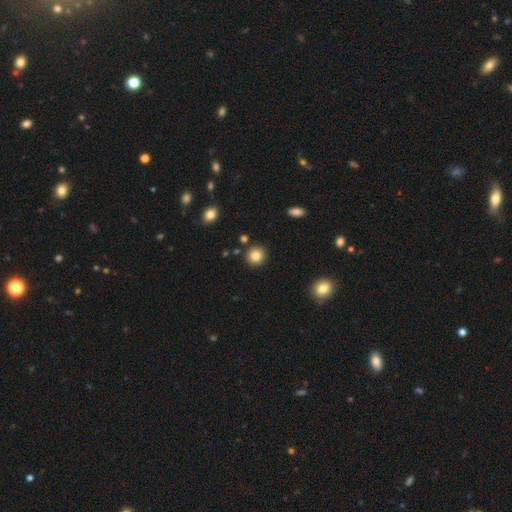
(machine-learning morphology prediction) Smooth or featured? Predicted: smooth (p=0.83). How rounded? Predicted: round (p=0.90). Merging? Predicted: none (p=0.90).